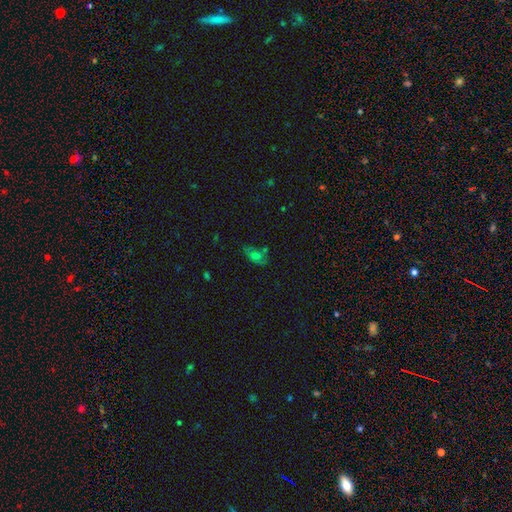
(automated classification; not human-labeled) smooth 64%, star or artifact 19%, featured or disk 17%. Down the decision tree: how rounded — in between (83%); merging — none (49%).